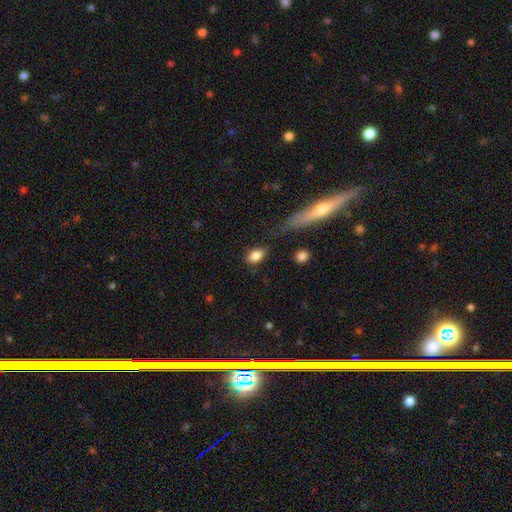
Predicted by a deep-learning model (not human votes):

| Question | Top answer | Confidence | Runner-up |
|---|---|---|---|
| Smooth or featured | smooth | 84% | star or artifact (8%) |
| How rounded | in between | 86% | round (11%) |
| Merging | none | 70% | minor disturbance (19%) |